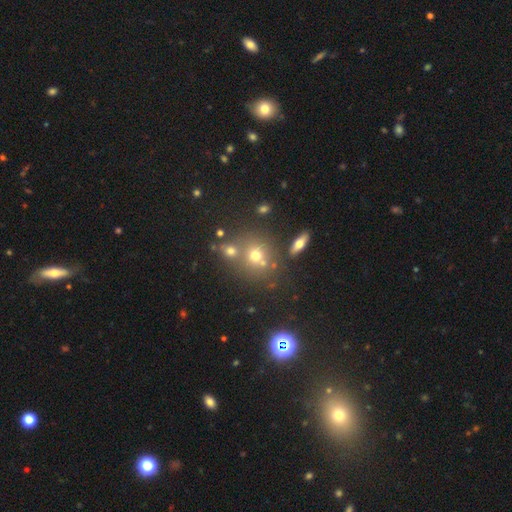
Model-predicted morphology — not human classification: Smooth or featured? smooth (63%)
How rounded? round (81%)
Merging? none (59%)